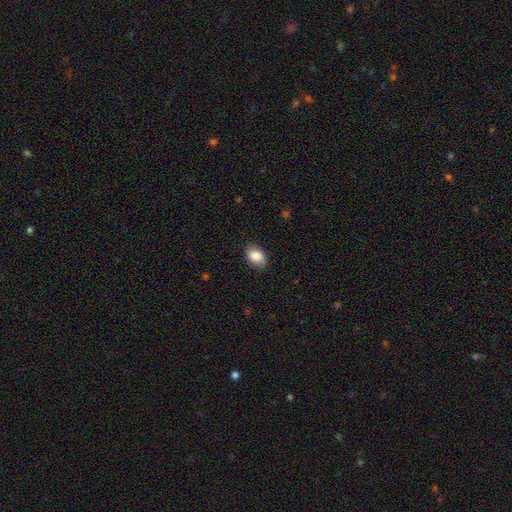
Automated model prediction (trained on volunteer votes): Smooth or featured? smooth (83%)
How rounded? in between (80%)
Merging? none (75%)